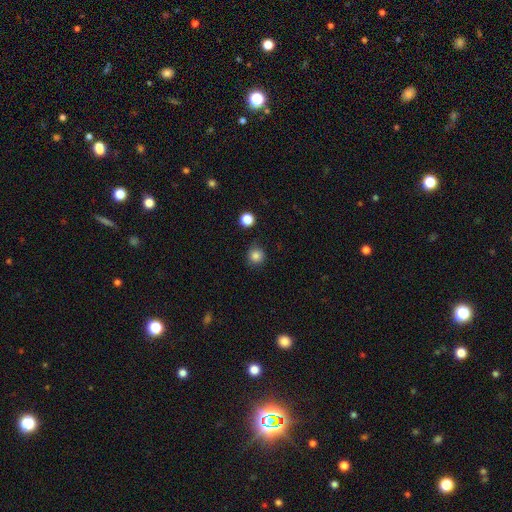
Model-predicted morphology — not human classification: smooth_or_featured: smooth (p=0.83) [alt: star or artifact p=0.12]
how_rounded: round (p=0.93) [alt: in between p=0.06]
merging: none (p=0.84) [alt: minor disturbance p=0.11]